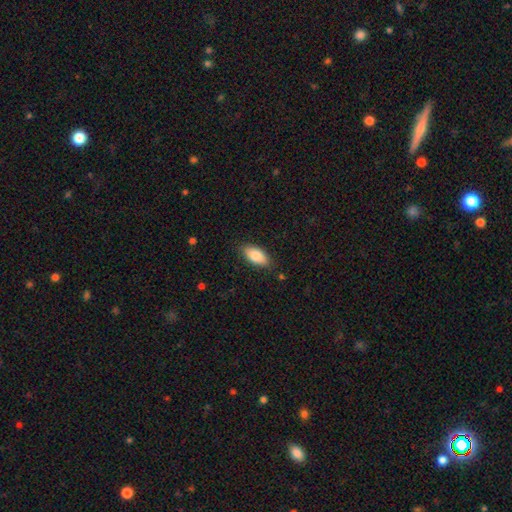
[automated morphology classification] The model was most divided on "merging": none: 84%, minor disturbance: 12%, major disturbance: 3%, merger: 1%. More confident: how rounded — in between (91%); smooth or featured — smooth (85%).